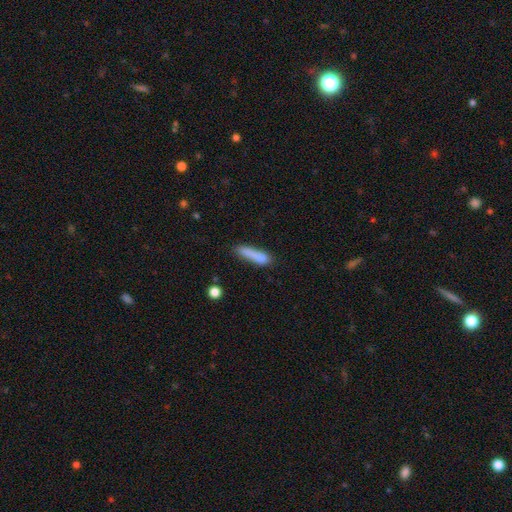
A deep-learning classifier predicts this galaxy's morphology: The model was most divided on "merging": none: 53%, minor disturbance: 24%, merger: 13%, major disturbance: 11%. More confident: how rounded — cigar-shaped (82%); smooth or featured — smooth (75%).